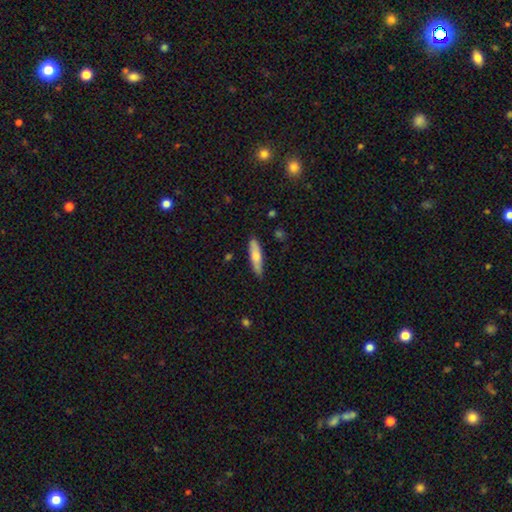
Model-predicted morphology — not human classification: A smooth galaxy with no disk features (66%) that is cigar-shaped (69%).

Vote fractions:
- Smooth or featured? smooth: 66% / featured or disk: 28% / star or artifact: 6%
- How rounded? cigar-shaped: 69% / in between: 29% / round: 2%
- Merging? none: 84% / minor disturbance: 13% / major disturbance: 2% / merger: 1%